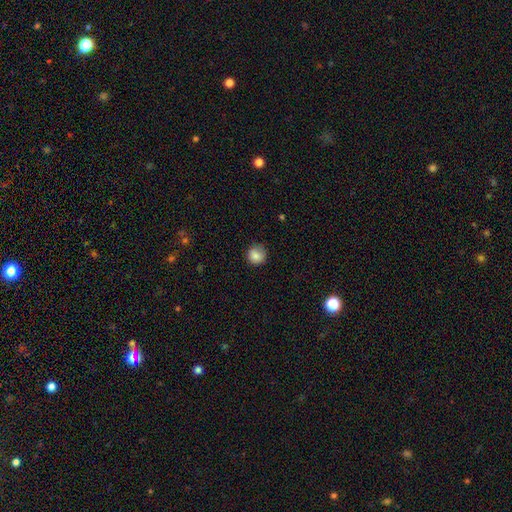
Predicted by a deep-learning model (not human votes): Smooth or featured? smooth (86%)
How rounded? round (89%)
Merging? none (78%)